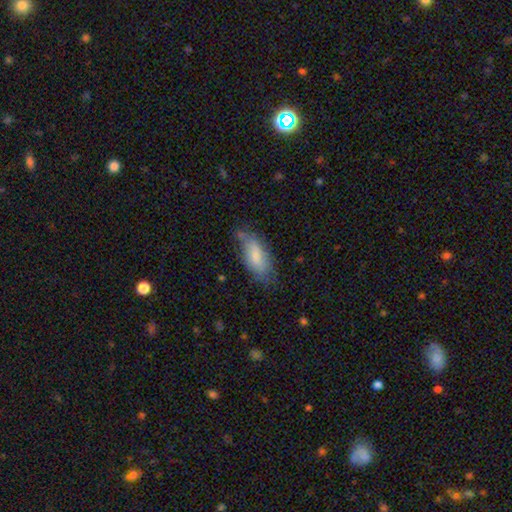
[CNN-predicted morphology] smooth-or-featured: smooth: 76% | featured or disk: 18% | star or artifact: 7%
  how-rounded: in between: 80% | cigar-shaped: 18% | round: 2%
  merging: none: 57% | minor disturbance: 31% | major disturbance: 9% | merger: 3%